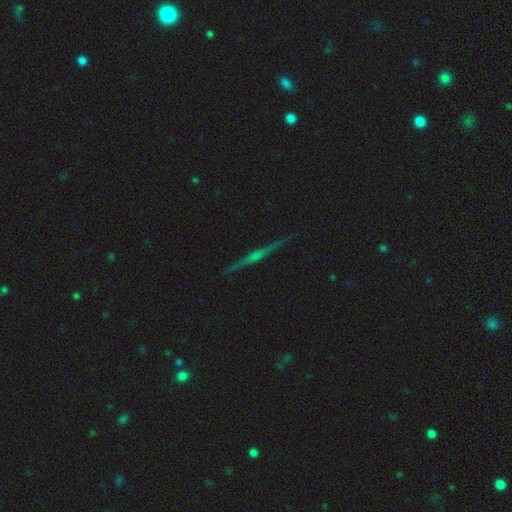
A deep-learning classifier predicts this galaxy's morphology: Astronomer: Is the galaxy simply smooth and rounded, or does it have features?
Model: featured or disk — 71%.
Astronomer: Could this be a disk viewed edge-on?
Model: yes — 96%.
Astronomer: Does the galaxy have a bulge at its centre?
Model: rounded — 73%.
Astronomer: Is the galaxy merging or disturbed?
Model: none — 89%.